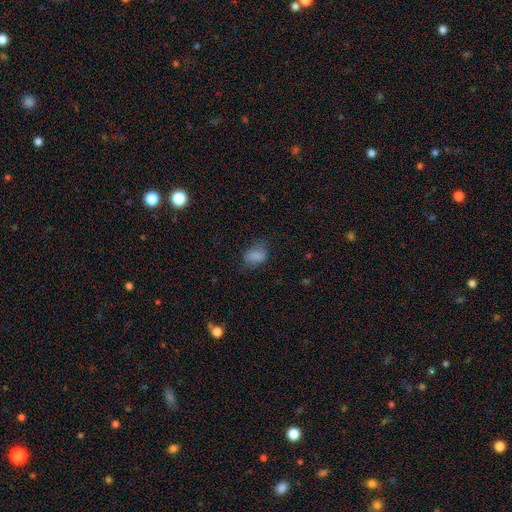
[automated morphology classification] This is likely a smooth galaxy (79%). How rounded: clearly in between (83%). Merging: possibly none (59%).